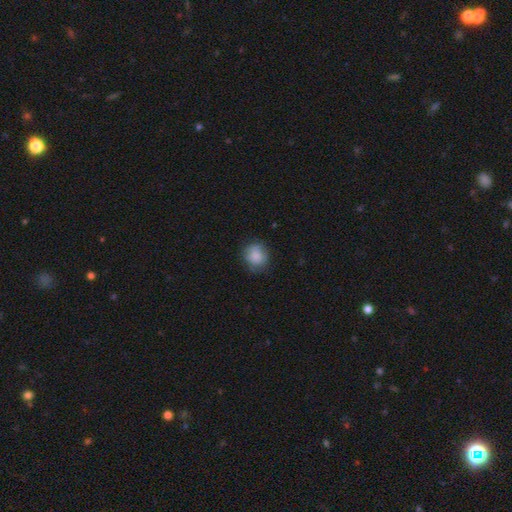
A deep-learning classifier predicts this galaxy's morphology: smooth-or-featured: smooth: 83% | featured or disk: 9% | star or artifact: 8%
  how-rounded: round: 82% | in between: 17% | cigar-shaped: 1%
  merging: none: 74% | minor disturbance: 20% | major disturbance: 5% | merger: 1%